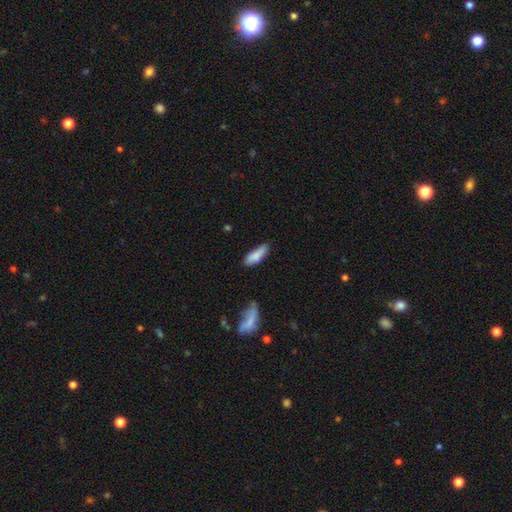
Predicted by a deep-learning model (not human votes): smooth-or-featured: smooth: 83% | featured or disk: 10% | star or artifact: 7%
  how-rounded: in between: 57% | cigar-shaped: 41% | round: 2%
  merging: none: 61% | minor disturbance: 29% | major disturbance: 6% | merger: 4%